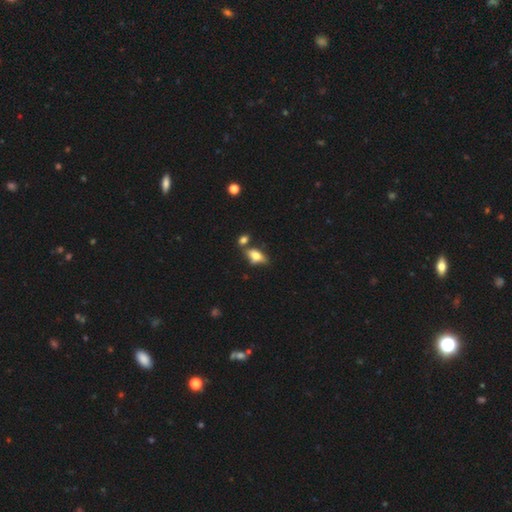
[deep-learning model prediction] Overall: smooth (67%). How rounded: in between (82%). Merging: none (59%).